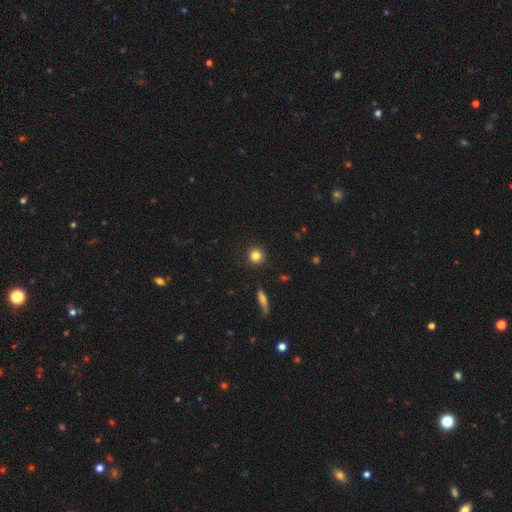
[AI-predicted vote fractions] This appears to be a smooth galaxy with no disk features (83%) that is round (93%). Merging: none (91%).